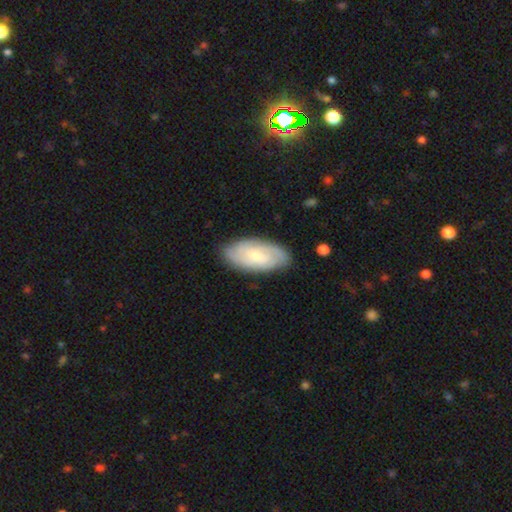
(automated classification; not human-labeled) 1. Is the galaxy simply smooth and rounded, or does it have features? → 61% featured or disk, 33% smooth, 6% star or artifact.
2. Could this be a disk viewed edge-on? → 93% no, 7% yes.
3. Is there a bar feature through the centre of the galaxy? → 52% no, 39% weak, 8% strong.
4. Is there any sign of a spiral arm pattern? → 88% yes, 12% no.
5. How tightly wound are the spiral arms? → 61% tight, 30% medium, 9% loose.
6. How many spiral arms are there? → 39% can't tell, 31% 2, 15% 3, 7% 4, 4% 1, 3% more than 4.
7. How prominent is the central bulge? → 62% small, 33% moderate, 2% none, 2% large, 1% dominant.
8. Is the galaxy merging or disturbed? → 83% none, 13% minor disturbance, 3% major disturbance, 1% merger.